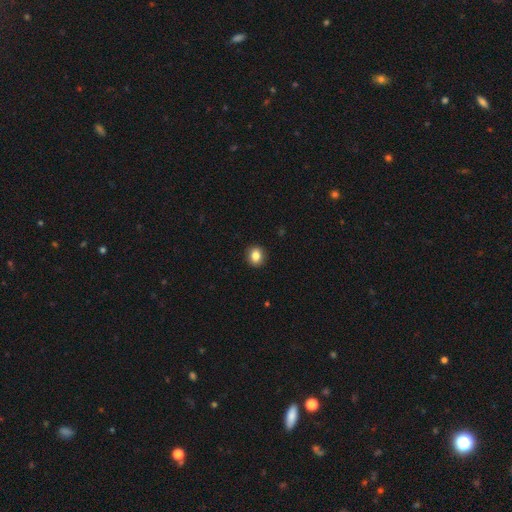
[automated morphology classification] smooth-or-featured: smooth: 84% | star or artifact: 9% | featured or disk: 6%
  how-rounded: round: 70% | in between: 29% | cigar-shaped: 1%
  merging: none: 91% | minor disturbance: 6% | major disturbance: 2% | merger: 1%